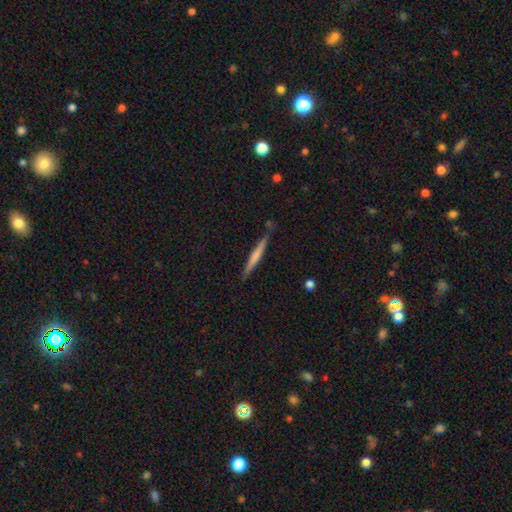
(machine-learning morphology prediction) Smooth or featured?
  - smooth: 53% *
  - featured or disk: 42%
  - star or artifact: 6%
How rounded?
  - cigar-shaped: 96% *
  - in between: 3%
  - round: 1%
Merging?
  - none: 86% *
  - minor disturbance: 10%
  - merger: 2%
  - major disturbance: 2%